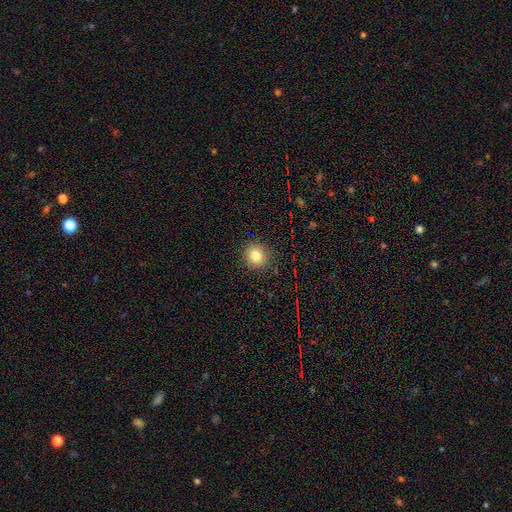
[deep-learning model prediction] This appears to be a smooth galaxy with no disk features (82%) that is round (86%). Merging: none (89%).